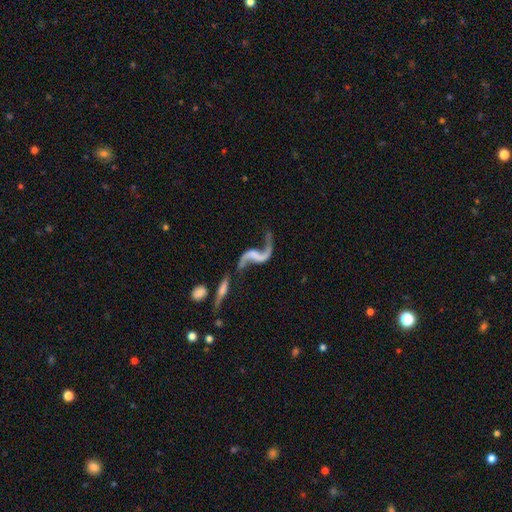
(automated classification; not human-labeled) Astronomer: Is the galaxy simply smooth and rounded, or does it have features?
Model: featured or disk — 87%.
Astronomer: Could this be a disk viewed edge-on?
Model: no — 95%.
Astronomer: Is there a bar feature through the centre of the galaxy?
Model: no — 44% (runner-up: weak, 36%).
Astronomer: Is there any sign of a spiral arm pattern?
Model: yes — 93%.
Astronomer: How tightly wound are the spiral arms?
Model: loose — 93%.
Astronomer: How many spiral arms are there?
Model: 2 — 90%.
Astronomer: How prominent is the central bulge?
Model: none — 61%.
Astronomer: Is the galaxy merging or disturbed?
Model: none — 51%.